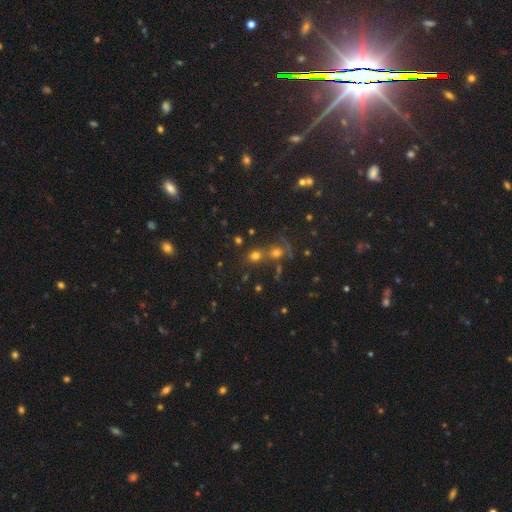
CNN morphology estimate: type=smooth (60%); roundness=round (82%); merging=none (49%).